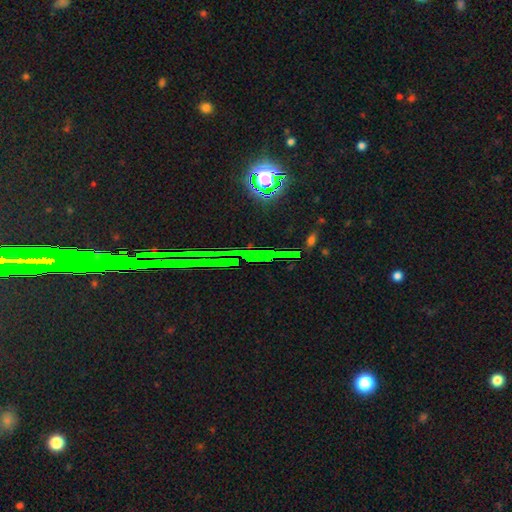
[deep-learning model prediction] This is clearly a star or artifact rather than a galaxy (83%).